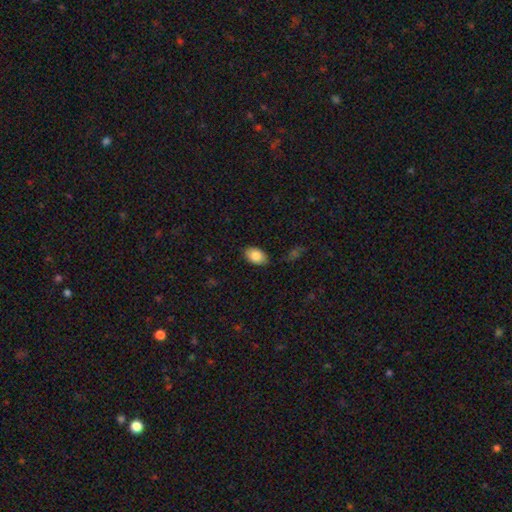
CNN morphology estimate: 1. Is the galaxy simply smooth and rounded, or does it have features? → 84% smooth, 9% featured or disk, 7% star or artifact.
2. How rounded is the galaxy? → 89% in between, 10% round, 1% cigar-shaped.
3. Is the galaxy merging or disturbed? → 84% none, 12% minor disturbance, 2% major disturbance, 1% merger.